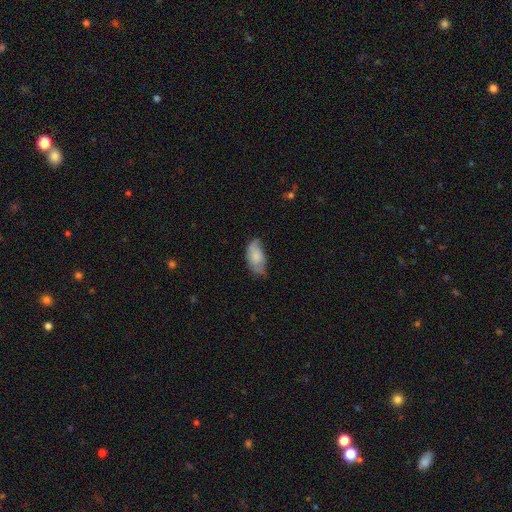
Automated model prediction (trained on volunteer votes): Smooth or featured? Predicted: smooth (p=0.69). How rounded? Predicted: in between (p=0.93). Merging? Predicted: none (p=0.49).